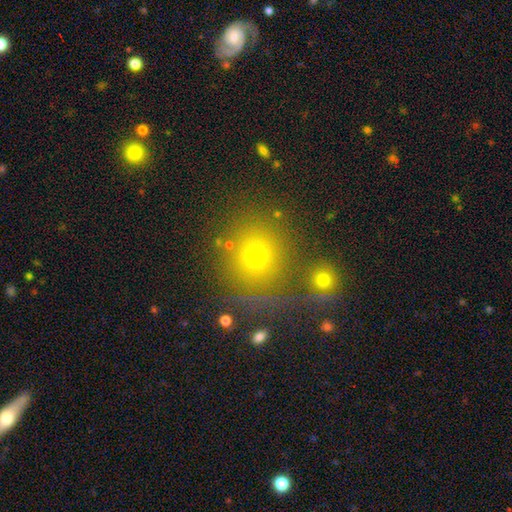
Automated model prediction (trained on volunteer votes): Smooth or featured? smooth (64%)
How rounded? round (85%)
Merging? none (71%)